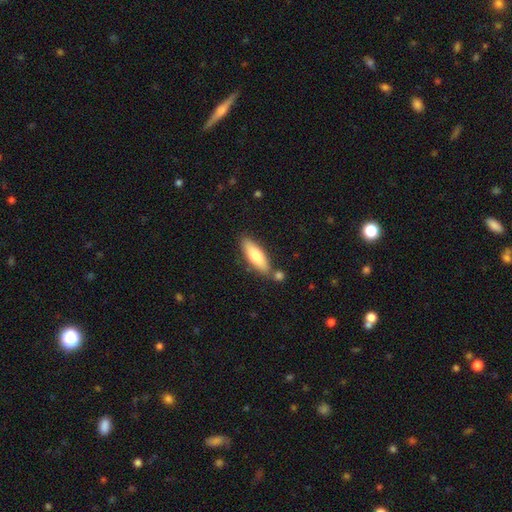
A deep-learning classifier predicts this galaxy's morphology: smooth_or_featured: smooth (p=0.73) [alt: featured or disk p=0.21]
how_rounded: cigar-shaped (p=0.51) [alt: in between p=0.48]
merging: none (p=0.73) [alt: minor disturbance p=0.13]